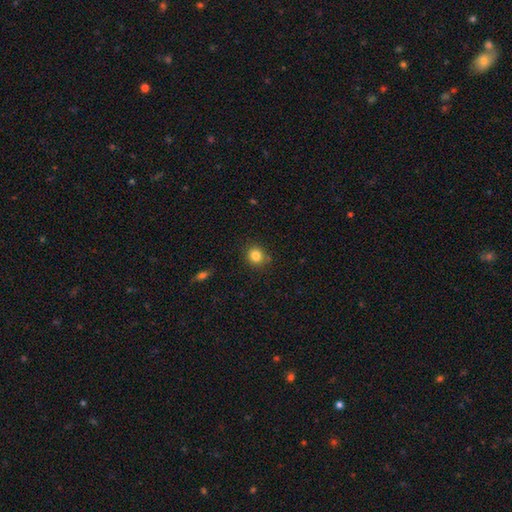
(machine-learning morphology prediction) This is clearly a smooth galaxy (84%). How rounded: clearly round (85%). Merging: clearly none (83%).